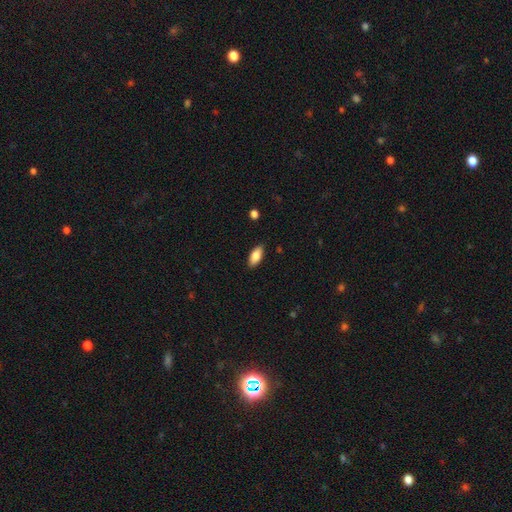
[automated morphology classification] Smooth or featured? Predicted: smooth (p=0.82). How rounded? Predicted: in between (p=0.85). Merging? Predicted: none (p=0.88).